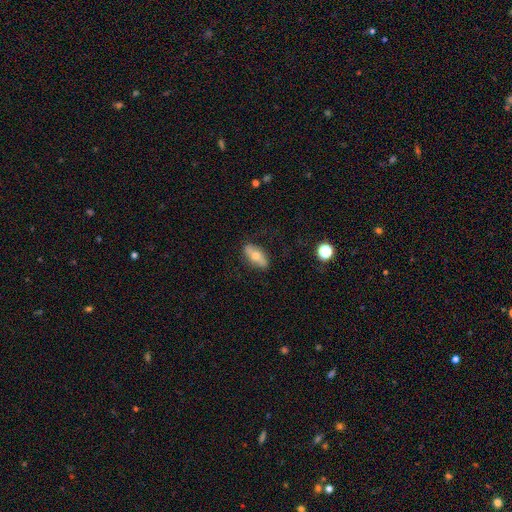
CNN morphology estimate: Smooth or featured? Predicted: smooth (p=0.54). How rounded? Predicted: in between (p=0.75). Merging? Predicted: none (p=0.84).